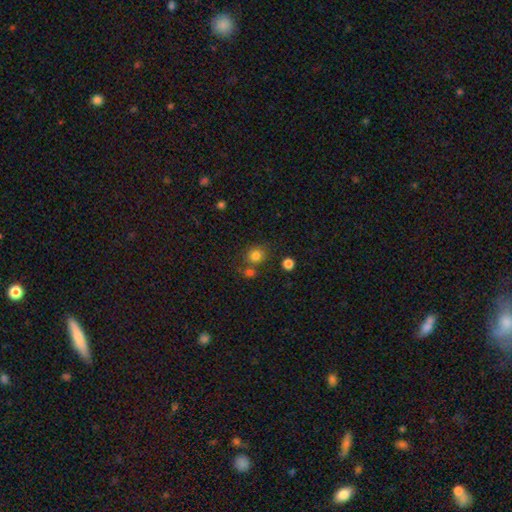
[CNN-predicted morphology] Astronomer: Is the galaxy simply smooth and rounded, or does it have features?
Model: smooth — 80%.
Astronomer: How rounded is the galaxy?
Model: round — 82%.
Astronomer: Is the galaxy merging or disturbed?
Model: none — 68%.